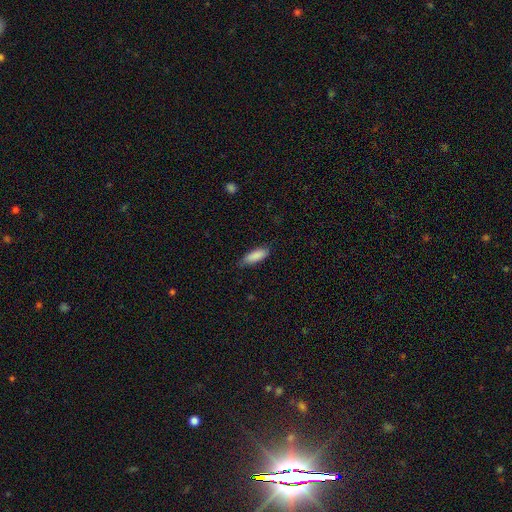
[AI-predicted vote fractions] This is clearly a smooth galaxy (88%). How rounded: likely in between (63%). Merging: likely none (77%).